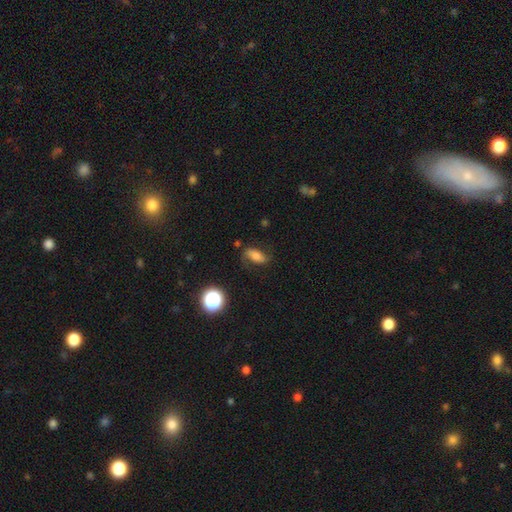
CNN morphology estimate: Overall: smooth (57%; featured or disk 29%). How rounded: in between (80%). Merging: none (65%).